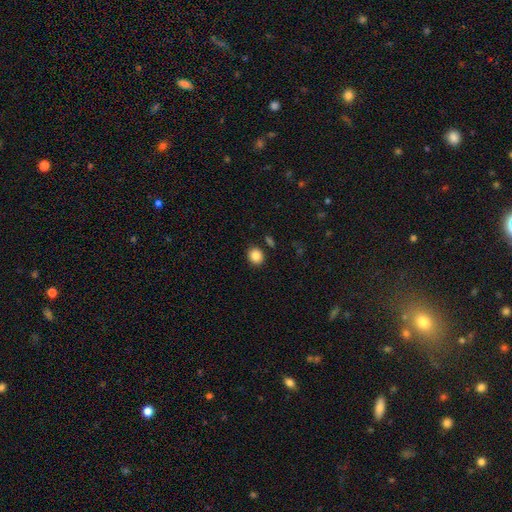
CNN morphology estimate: Q: Smooth or featured?
A: smooth (87%); runner-up: star or artifact (9%)
Q: How rounded?
A: round (68%); runner-up: in between (31%)
Q: Merging?
A: none (86%); runner-up: minor disturbance (8%)